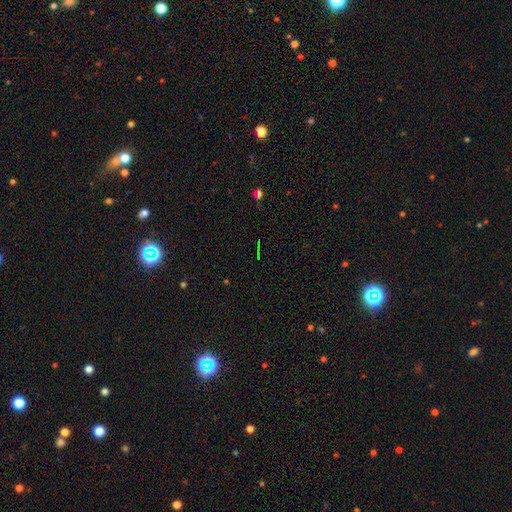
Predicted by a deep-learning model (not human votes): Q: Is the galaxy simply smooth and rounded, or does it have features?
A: star or artifact — 73%.